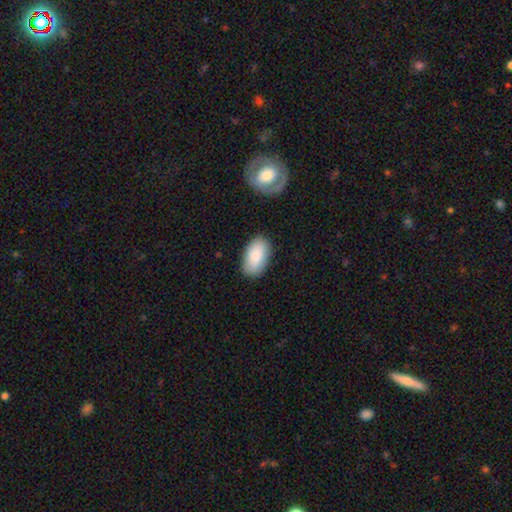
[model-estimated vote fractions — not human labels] This is clearly a smooth galaxy (84%). How rounded: clearly in between (95%). Merging: clearly none (85%).